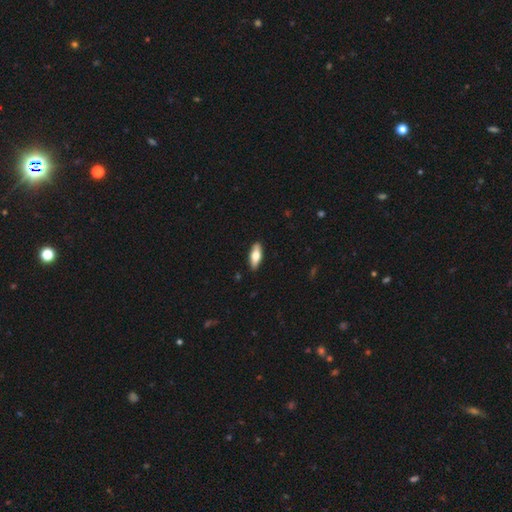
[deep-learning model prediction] A smooth galaxy with no disk features (64%) that is in between round and cigar-shaped (69%). Merging: none (90%).